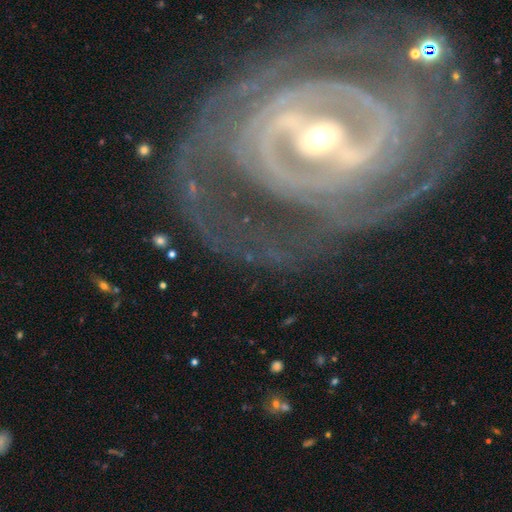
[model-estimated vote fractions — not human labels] Overall: featured or disk (89%). Edge-on disk: no (95%). Bar: strong (57%; weak 29%). Spiral arms: yes (92%). Spiral arm count: 2 (30%; can't tell 28%). Spiral winding: tight (70%). Bulge size: small (48%; moderate 46%). Merging: none (71%).